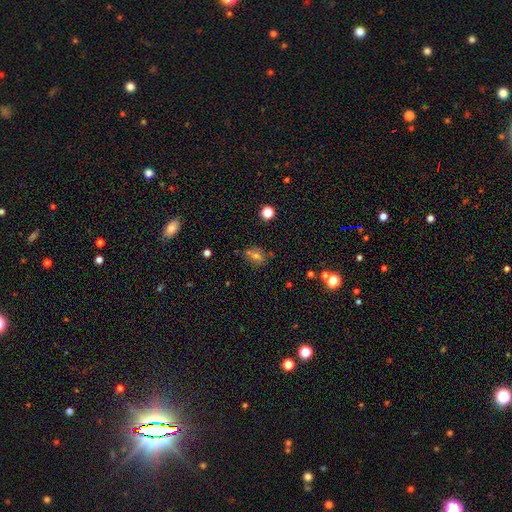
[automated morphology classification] smooth 54%, star or artifact 28%, featured or disk 18%. Down the decision tree: how rounded — in between (53%); merging — none (71%).